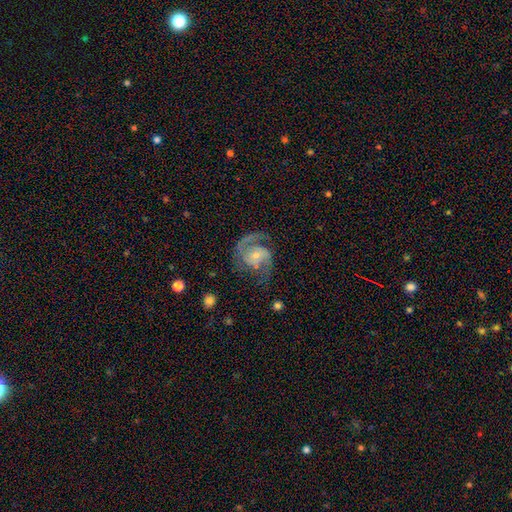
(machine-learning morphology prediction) Smooth or featured?
  - featured or disk: 89% *
  - smooth: 6%
  - star or artifact: 5%
Edge-on disk?
  - no: 98% *
  - yes: 2%
Bar?
  - no: 55% *
  - weak: 35%
  - strong: 9%
Spiral arms?
  - yes: 97% *
  - no: 3%
Spiral winding?
  - medium: 58% *
  - tight: 21%
  - loose: 21%
Spiral arm count?
  - 2: 84% *
  - 1: 7%
  - can't tell: 4%
  - 3: 3%
  - 4: 1%
  - more than 4: 1%
Bulge size?
  - small: 62% *
  - moderate: 31%
  - none: 3%
  - large: 3%
  - dominant: 1%
Merging?
  - none: 65% *
  - minor disturbance: 17%
  - major disturbance: 15%
  - merger: 2%